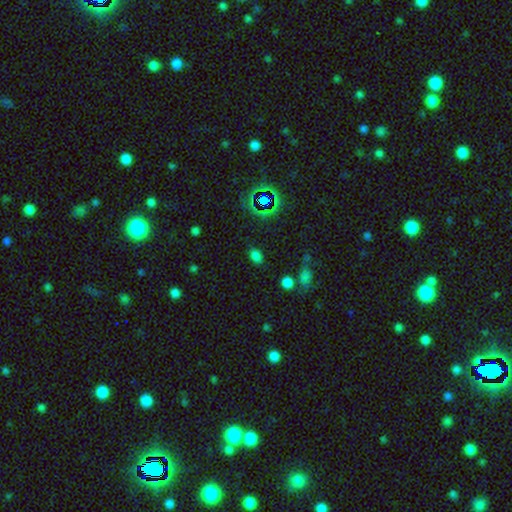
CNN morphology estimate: Smooth or featured?
  - smooth: 69% *
  - star or artifact: 25%
  - featured or disk: 6%
How rounded?
  - in between: 75% *
  - round: 22%
  - cigar-shaped: 2%
Merging?
  - none: 80% *
  - minor disturbance: 13%
  - major disturbance: 4%
  - merger: 3%